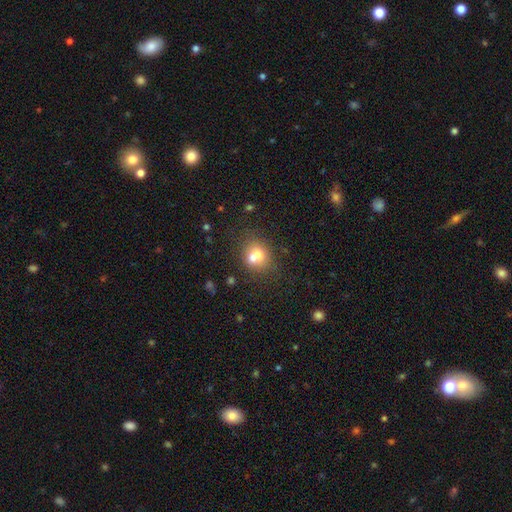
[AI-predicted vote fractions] Morphology: type=smooth (67%); roundness=round (65%); merging=merger (44%).